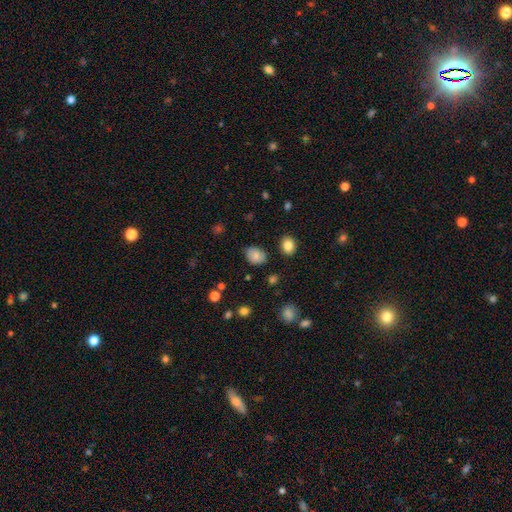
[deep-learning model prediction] A smooth galaxy with no disk features (83%) that is in between round and cigar-shaped (62%).

Vote fractions:
- Smooth or featured? smooth: 83% / star or artifact: 9% / featured or disk: 8%
- How rounded? in between: 62% / round: 37% / cigar-shaped: 1%
- Merging? none: 80% / minor disturbance: 15% / major disturbance: 3% / merger: 2%